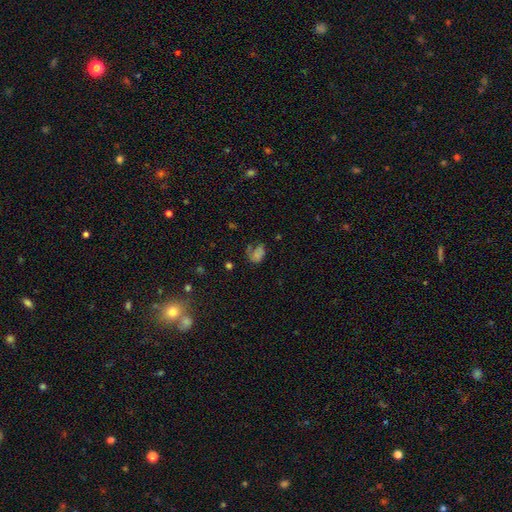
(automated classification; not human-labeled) smooth-or-featured: smooth: 46% | star or artifact: 30% | featured or disk: 24%
  merging: none: 45% | major disturbance: 25% | minor disturbance: 23% | merger: 7%